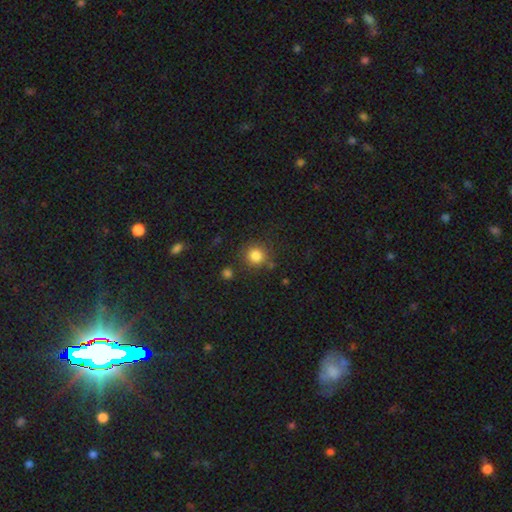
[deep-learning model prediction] smooth 83%, star or artifact 12%, featured or disk 6%. Down the decision tree: how rounded — round (91%); merging — none (81%).